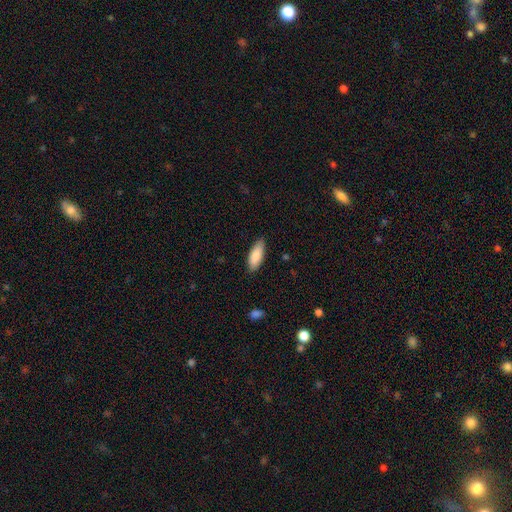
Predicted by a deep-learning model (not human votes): Overall: smooth (86%). How rounded: in between (74%). Merging: none (85%).